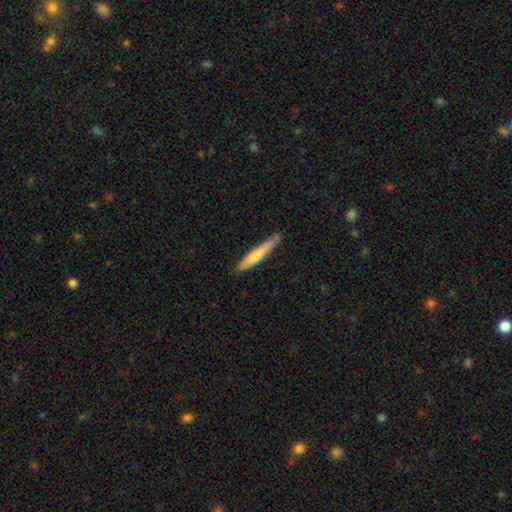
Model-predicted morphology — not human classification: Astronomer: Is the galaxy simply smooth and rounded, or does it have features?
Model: smooth — 54% (runner-up: featured or disk, 40%).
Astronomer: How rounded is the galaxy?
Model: cigar-shaped — 95%.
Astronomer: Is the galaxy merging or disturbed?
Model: none — 89%.